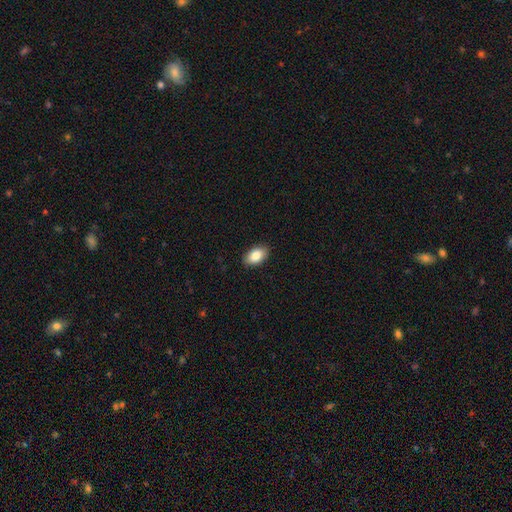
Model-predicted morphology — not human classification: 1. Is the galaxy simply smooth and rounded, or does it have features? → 85% smooth, 8% featured or disk, 7% star or artifact.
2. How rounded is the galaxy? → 91% in between, 7% round, 1% cigar-shaped.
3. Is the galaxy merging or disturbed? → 89% none, 8% minor disturbance, 2% major disturbance, 1% merger.